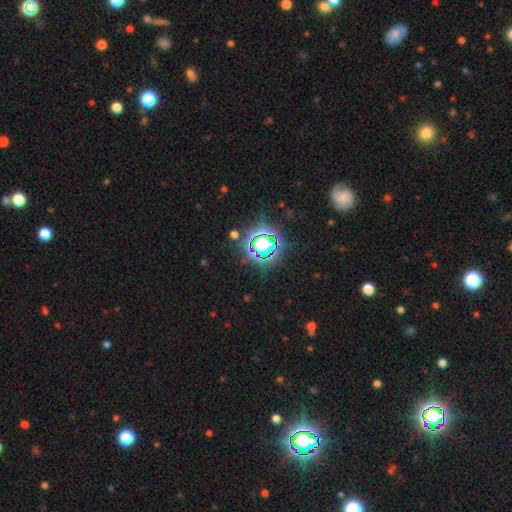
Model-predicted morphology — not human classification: Smooth or featured? star or artifact (80%)